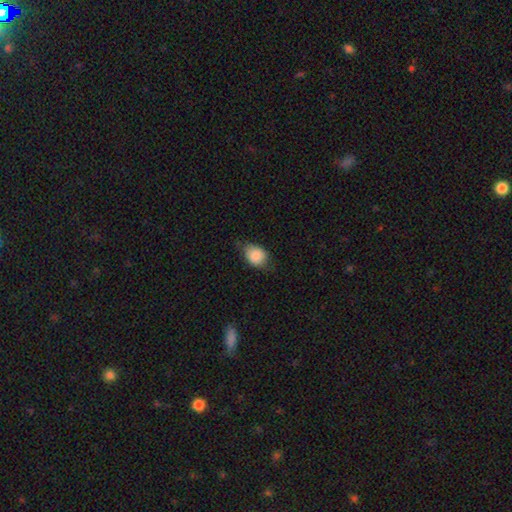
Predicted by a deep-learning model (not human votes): Morphology: type=smooth (85%); roundness=in between (65%); merging=none (60%).